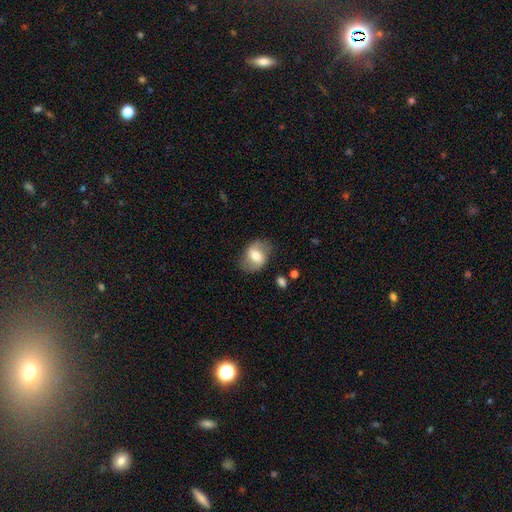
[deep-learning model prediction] Morphology: type=smooth (57%); roundness=in between (73%); merging=none (74%).